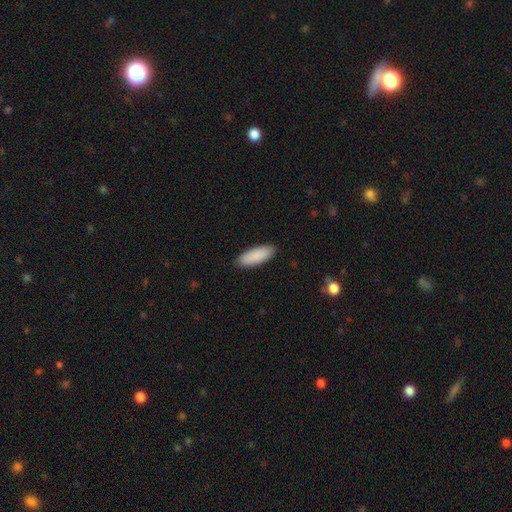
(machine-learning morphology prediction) Q: Smooth or featured?
A: smooth (90%); runner-up: star or artifact (5%)
Q: How rounded?
A: in between (75%); runner-up: cigar-shaped (23%)
Q: Merging?
A: none (89%); runner-up: minor disturbance (8%)